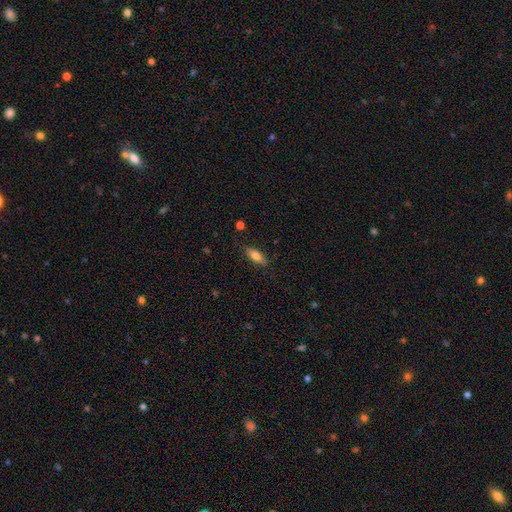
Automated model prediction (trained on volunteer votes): The model was most divided on "how rounded": in between: 68%, cigar-shaped: 30%, round: 2%. More confident: merging — none (83%); smooth or featured — smooth (74%).